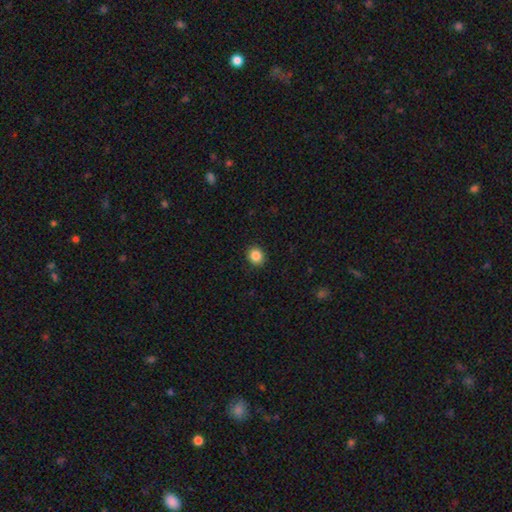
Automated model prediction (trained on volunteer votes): Smooth or featured? Predicted: smooth (p=0.87). How rounded? Predicted: round (p=0.79). Merging? Predicted: none (p=0.90).